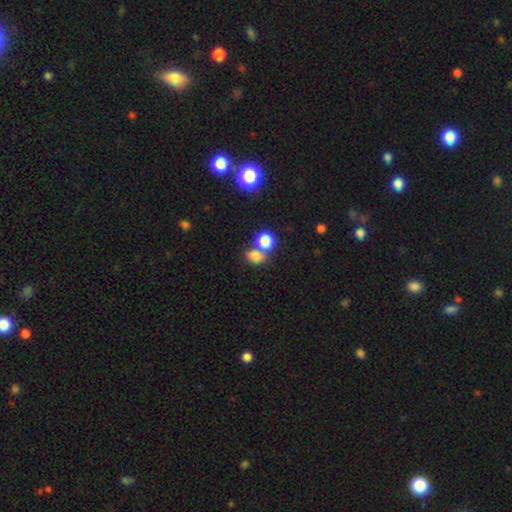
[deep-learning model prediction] Smooth or featured? Predicted: smooth (p=0.78). How rounded? Predicted: in between (p=0.56). Merging? Predicted: none (p=0.46).